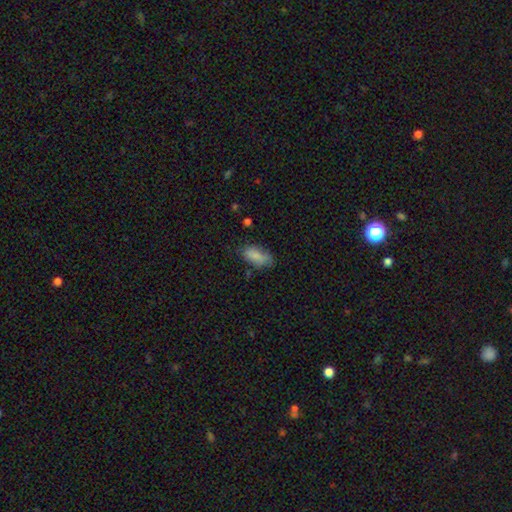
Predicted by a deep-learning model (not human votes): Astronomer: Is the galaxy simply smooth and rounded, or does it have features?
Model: smooth — 83%.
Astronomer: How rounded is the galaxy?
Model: in between — 90%.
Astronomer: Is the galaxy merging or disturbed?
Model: none — 59%.